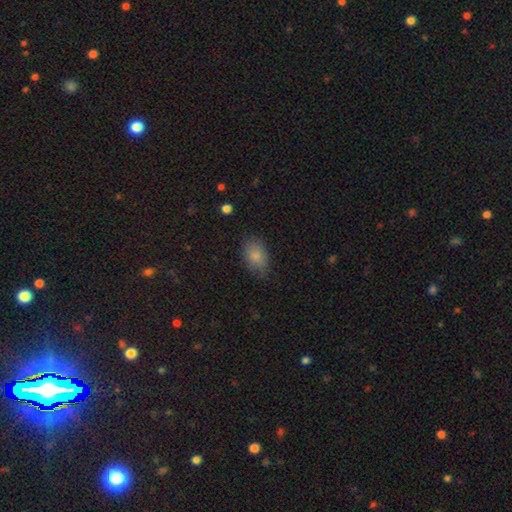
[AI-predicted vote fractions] Smooth or featured?
  - smooth: 85% *
  - star or artifact: 8%
  - featured or disk: 7%
How rounded?
  - in between: 81% *
  - round: 17%
  - cigar-shaped: 1%
Merging?
  - none: 75% *
  - minor disturbance: 19%
  - major disturbance: 5%
  - merger: 1%